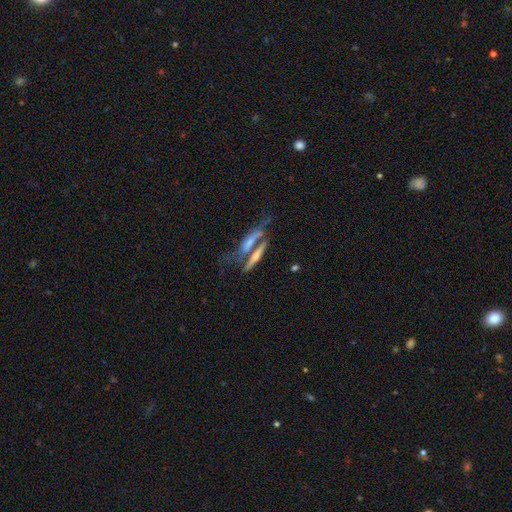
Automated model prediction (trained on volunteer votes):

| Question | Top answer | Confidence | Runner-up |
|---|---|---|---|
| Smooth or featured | featured or disk | 54% | smooth (38%) |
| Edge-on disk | yes | 75% | no (25%) |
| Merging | merger | 44% | none (35%) |